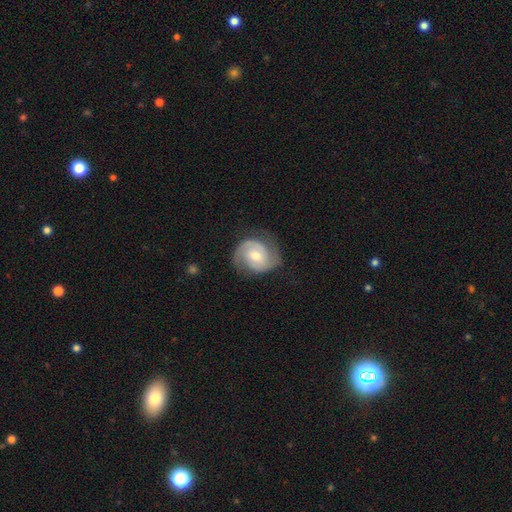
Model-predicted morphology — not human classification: A featured or disk galaxy (79%) with no bar (59%), 2 (83%) tight (44%) spiral arms (94%) and a moderate central bulge (66%). Merging: none (71%).